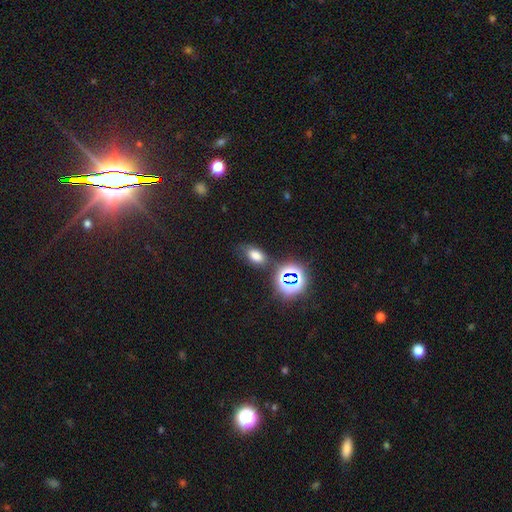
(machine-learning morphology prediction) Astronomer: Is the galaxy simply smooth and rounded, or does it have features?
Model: smooth — 67%.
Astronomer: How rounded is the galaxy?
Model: in between — 85%.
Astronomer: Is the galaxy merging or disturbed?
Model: none — 67%.